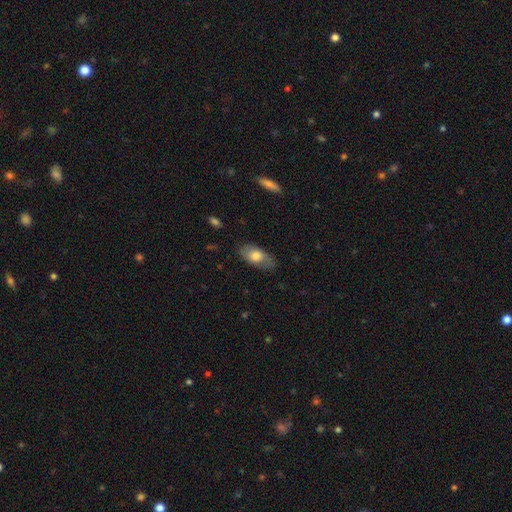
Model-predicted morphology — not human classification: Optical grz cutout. It shows a smooth galaxy with no disk features (71%) that is in between round and cigar-shaped (91%). Merging: none (75%).